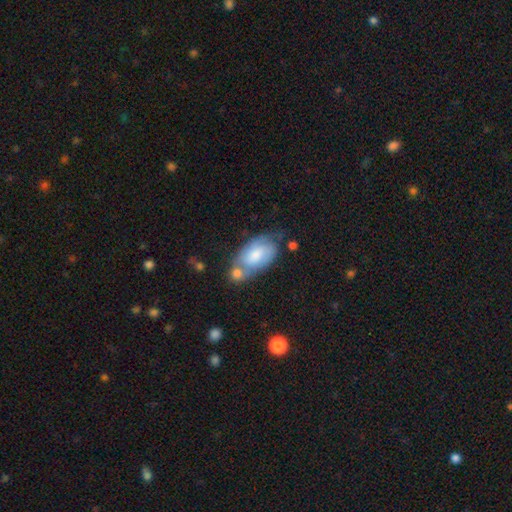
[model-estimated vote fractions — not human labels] Morphology: type=smooth (62%); roundness=in between (91%); merging=merger (37%).